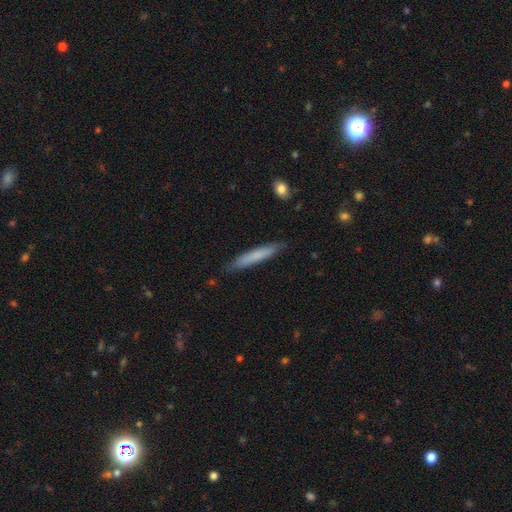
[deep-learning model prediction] Smooth or featured?
  - smooth: 73% *
  - featured or disk: 22%
  - star or artifact: 6%
How rounded?
  - cigar-shaped: 94% *
  - in between: 5%
  - round: 1%
Merging?
  - none: 85% *
  - minor disturbance: 12%
  - major disturbance: 2%
  - merger: 1%